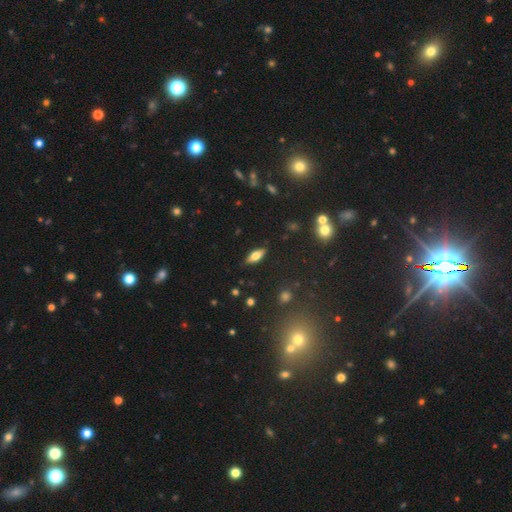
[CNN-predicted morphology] smooth_or_featured: smooth (p=0.59) [alt: featured or disk p=0.32]
how_rounded: in between (p=0.71) [alt: cigar-shaped p=0.26]
merging: none (p=0.87) [alt: minor disturbance p=0.09]